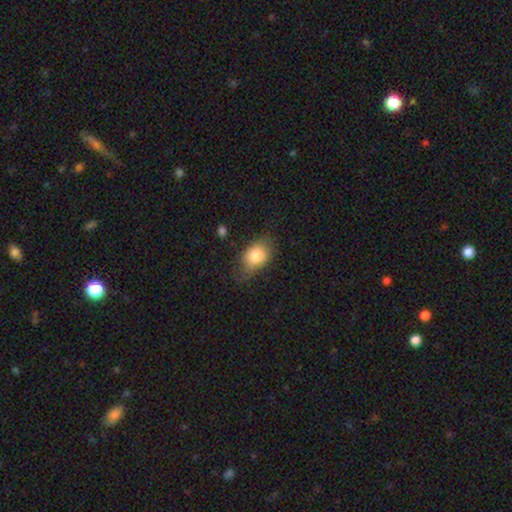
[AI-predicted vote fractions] Smooth or featured: smooth — 79% (featured or disk — 13%)
How rounded: in between — 77% (round — 21%)
Merging: none — 62% (minor disturbance — 28%)